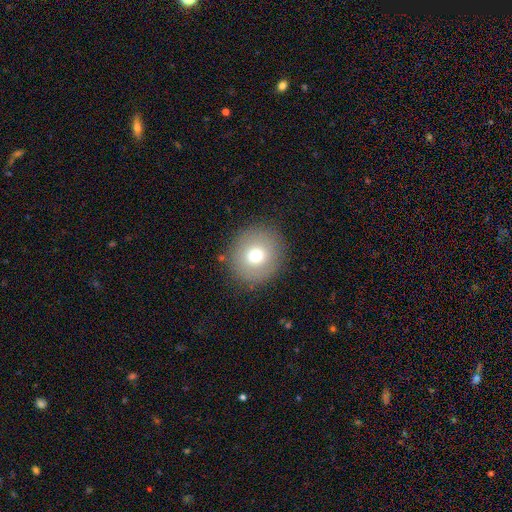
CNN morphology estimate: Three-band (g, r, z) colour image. It shows a smooth galaxy with no disk features (71%) that is round (88%). Merging: none (88%).